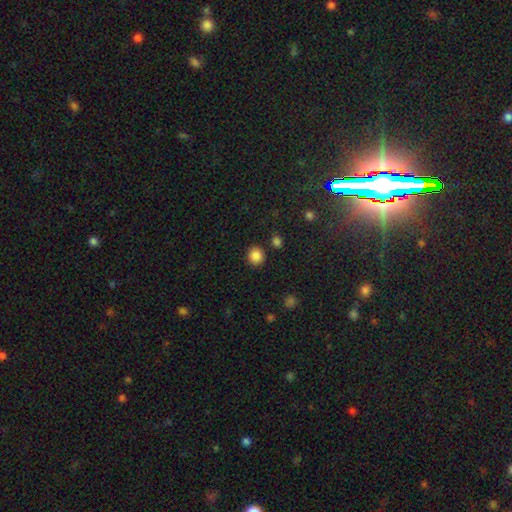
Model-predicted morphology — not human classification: Q: Smooth or featured?
A: smooth (86%); runner-up: star or artifact (10%)
Q: How rounded?
A: round (89%); runner-up: in between (10%)
Q: Merging?
A: none (87%); runner-up: minor disturbance (7%)